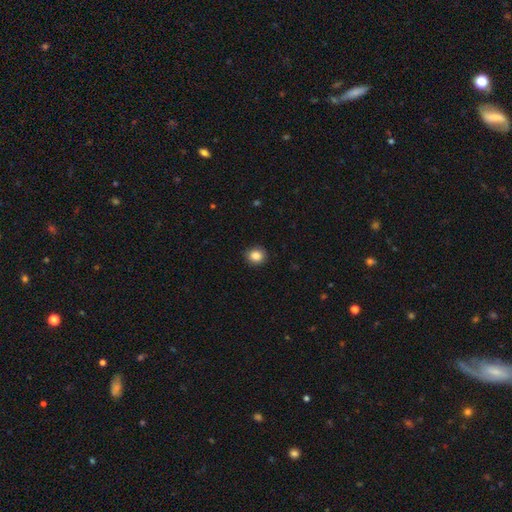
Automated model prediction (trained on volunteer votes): The model was most divided on "how rounded": round: 83%, in between: 16%, cigar-shaped: 1%. More confident: merging — none (90%); smooth or featured — smooth (86%).